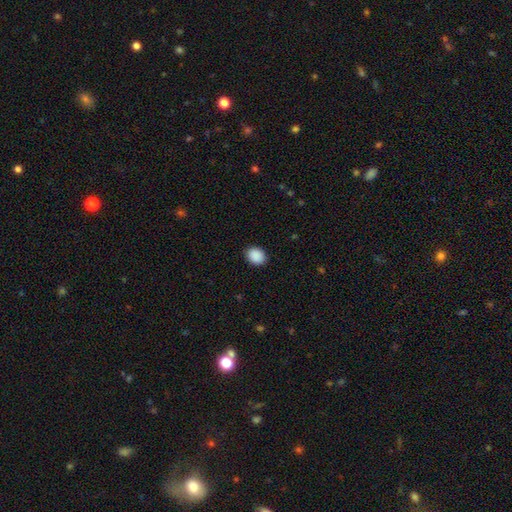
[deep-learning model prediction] Smooth or featured?
  - smooth: 90% *
  - star or artifact: 8%
  - featured or disk: 2%
How rounded?
  - in between: 56% *
  - round: 44%
  - cigar-shaped: 1%
Merging?
  - none: 90% *
  - minor disturbance: 7%
  - major disturbance: 2%
  - merger: 1%